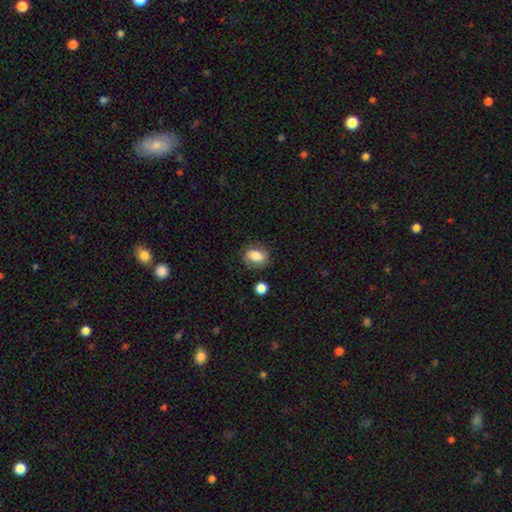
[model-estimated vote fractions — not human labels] This appears to be a smooth galaxy with no disk features (78%) that is in between round and cigar-shaped (72%). Merging: none (71%).